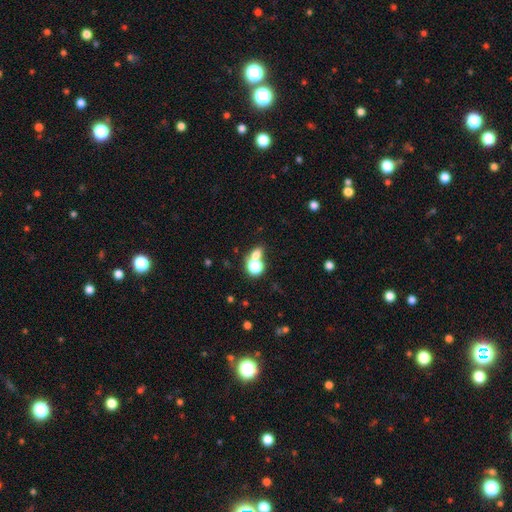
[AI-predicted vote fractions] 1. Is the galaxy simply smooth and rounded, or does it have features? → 67% smooth, 22% star or artifact, 11% featured or disk.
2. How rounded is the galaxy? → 53% round, 45% in between, 2% cigar-shaped.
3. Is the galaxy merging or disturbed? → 44% merger, 43% none, 8% minor disturbance, 5% major disturbance.